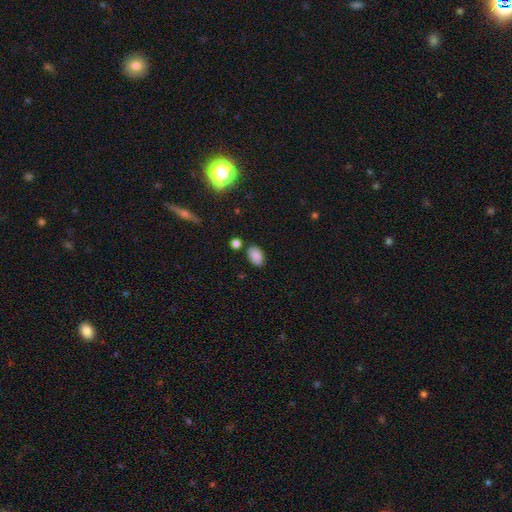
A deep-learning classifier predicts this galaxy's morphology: Smooth or featured? smooth (87%)
How rounded? in between (90%)
Merging? none (79%)